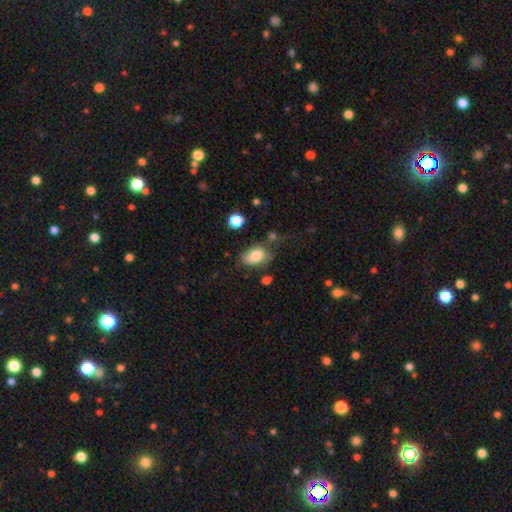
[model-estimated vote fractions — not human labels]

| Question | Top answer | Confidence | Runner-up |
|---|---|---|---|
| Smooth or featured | smooth | 82% | featured or disk (10%) |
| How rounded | in between | 89% | round (10%) |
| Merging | none | 56% | minor disturbance (26%) |